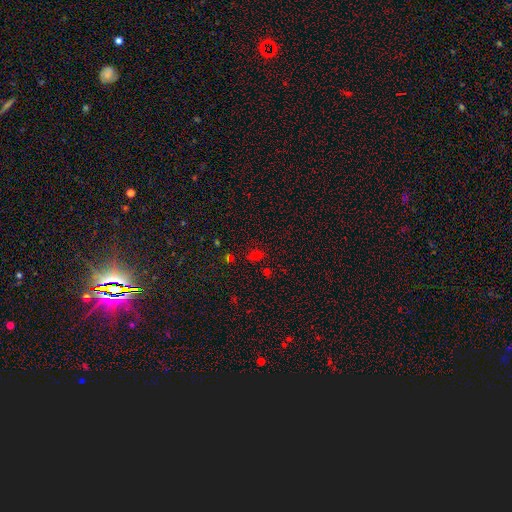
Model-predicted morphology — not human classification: A smooth galaxy with no disk features (63%) that is in between round and cigar-shaped (81%). Merging: none (74%).